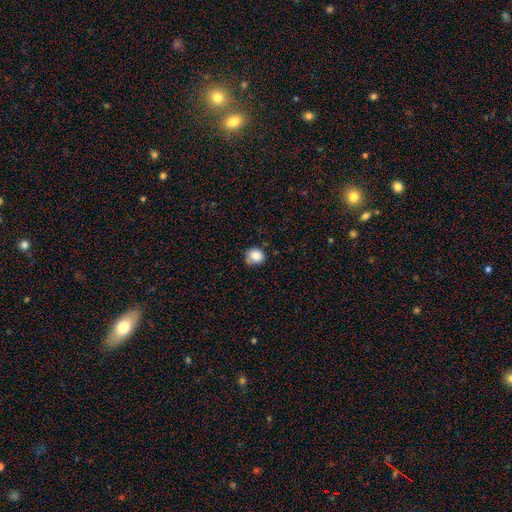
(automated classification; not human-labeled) A smooth galaxy with no disk features (86%) that is round (81%).

Vote fractions:
- Smooth or featured? smooth: 86% / star or artifact: 9% / featured or disk: 5%
- How rounded? round: 81% / in between: 18% / cigar-shaped: 1%
- Merging? none: 60% / minor disturbance: 31% / major disturbance: 6% / merger: 3%